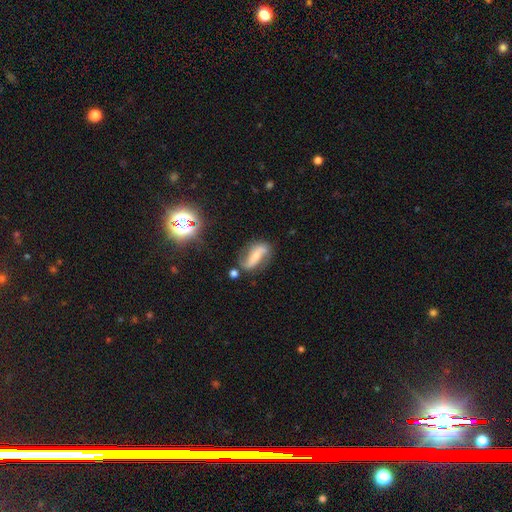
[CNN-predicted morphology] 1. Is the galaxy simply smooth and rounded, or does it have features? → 67% featured or disk, 24% smooth, 9% star or artifact.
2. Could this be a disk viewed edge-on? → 88% no, 12% yes.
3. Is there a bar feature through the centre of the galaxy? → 44% strong, 32% no, 24% weak.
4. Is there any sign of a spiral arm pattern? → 88% yes, 12% no.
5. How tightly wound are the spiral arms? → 60% loose, 27% medium, 14% tight.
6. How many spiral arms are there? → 88% 2, 6% can't tell, 3% 1, 1% 3, 1% 4, 1% more than 4.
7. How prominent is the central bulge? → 56% small, 32% moderate, 7% none, 4% large, 2% dominant.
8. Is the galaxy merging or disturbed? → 69% none, 18% minor disturbance, 7% major disturbance, 5% merger.